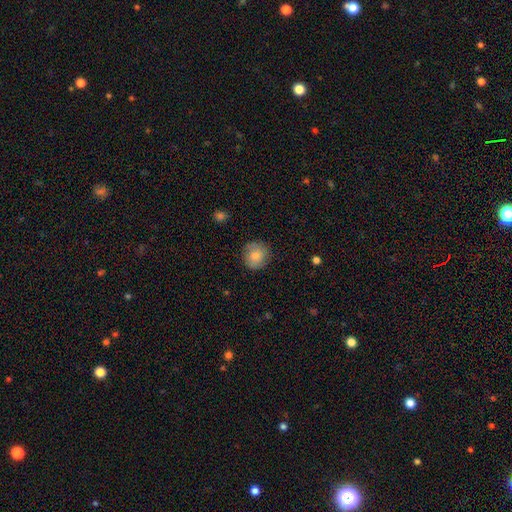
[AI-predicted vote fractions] This is likely a smooth galaxy (77%). How rounded: clearly round (88%). Merging: clearly none (81%).